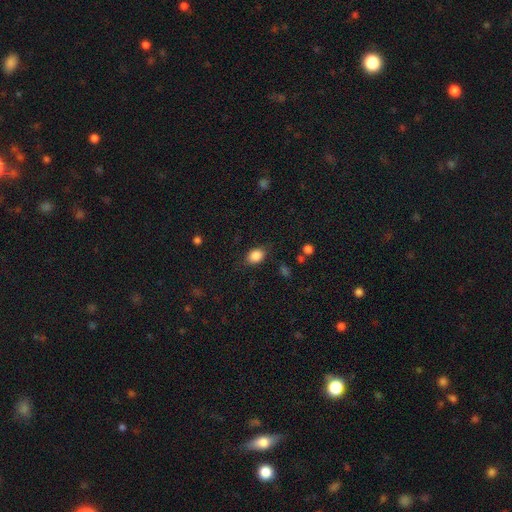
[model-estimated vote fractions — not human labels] Smooth or featured?
  - smooth: 86% *
  - star or artifact: 9%
  - featured or disk: 5%
How rounded?
  - in between: 71% *
  - round: 28%
  - cigar-shaped: 1%
Merging?
  - none: 80% *
  - minor disturbance: 14%
  - major disturbance: 4%
  - merger: 1%